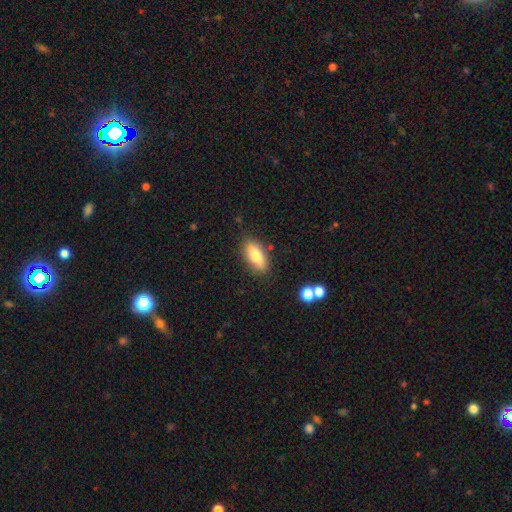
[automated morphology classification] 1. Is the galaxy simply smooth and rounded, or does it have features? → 77% smooth, 16% featured or disk, 7% star or artifact.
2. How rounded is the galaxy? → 77% in between, 20% cigar-shaped, 3% round.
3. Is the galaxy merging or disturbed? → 83% none, 12% minor disturbance, 3% major disturbance, 3% merger.